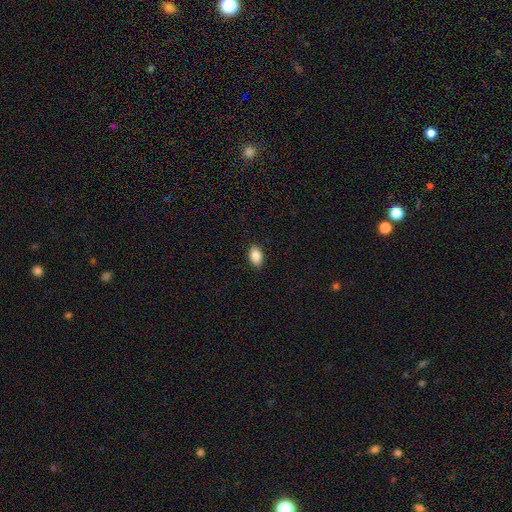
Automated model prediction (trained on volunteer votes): A smooth galaxy with no disk features (89%) that is in between round and cigar-shaped (90%).

Vote fractions:
- Smooth or featured? smooth: 89% / star or artifact: 7% / featured or disk: 3%
- How rounded? in between: 90% / round: 9% / cigar-shaped: 1%
- Merging? none: 88% / minor disturbance: 9% / major disturbance: 2% / merger: 1%